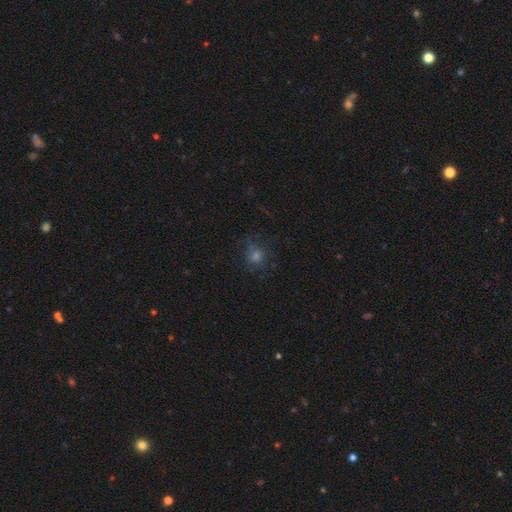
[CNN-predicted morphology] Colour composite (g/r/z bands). It shows a smooth galaxy with no disk features (50%) that is round (82%). Merging: none (72%).